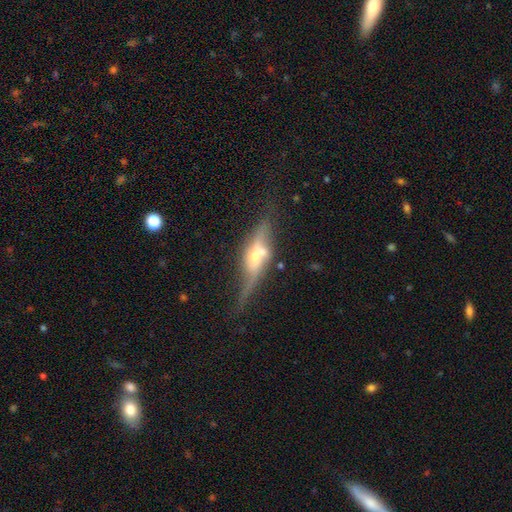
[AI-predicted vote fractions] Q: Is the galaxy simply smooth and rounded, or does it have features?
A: featured or disk — 76%.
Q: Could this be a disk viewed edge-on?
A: yes — 69%.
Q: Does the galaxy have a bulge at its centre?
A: rounded — 85%.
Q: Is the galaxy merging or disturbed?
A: none — 47%.